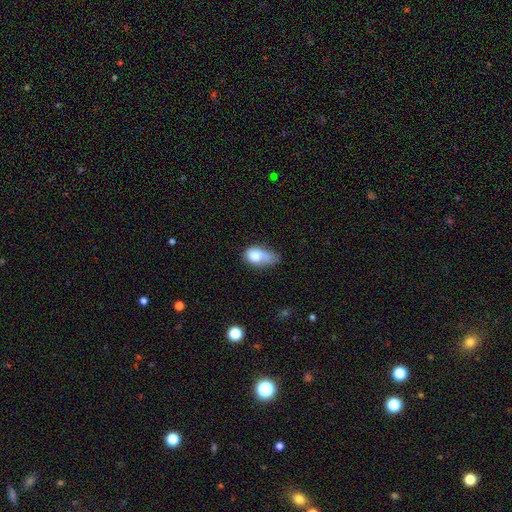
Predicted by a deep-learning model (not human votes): A smooth galaxy with no disk features (75%) that is in between round and cigar-shaped (84%). Merging: minor disturbance (36%).